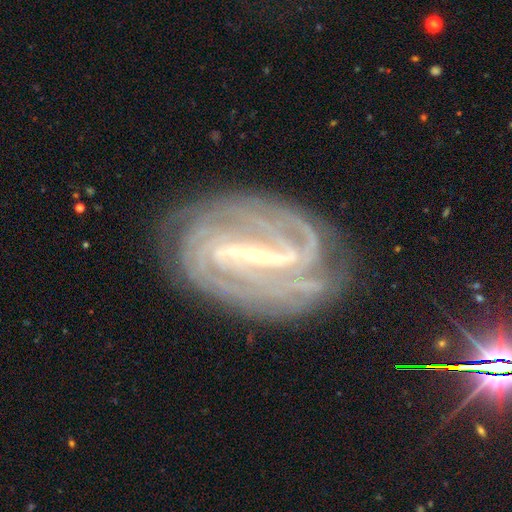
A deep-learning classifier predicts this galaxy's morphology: This is clearly a featured or disk galaxy (89%). It is clearly not viewed edge-on (95%). Bar: likely strong (80%). Spiral arm pattern: clearly yes (97%). Spiral arm count: marginally can't tell (25%). Spiral winding: likely tight (72%). Central bulge: likely small (69%). Merging: likely none (78%).